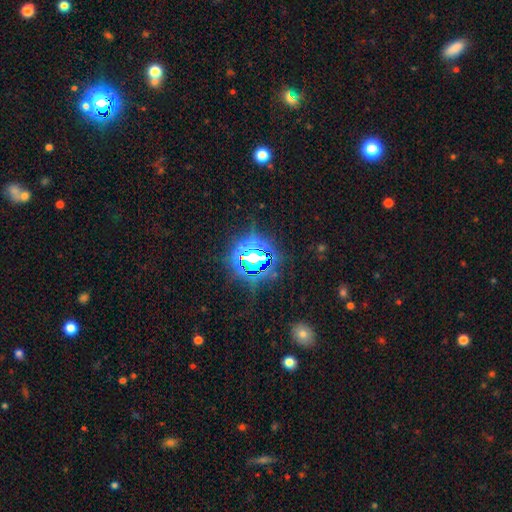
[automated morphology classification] Smooth or featured? star or artifact (76%)